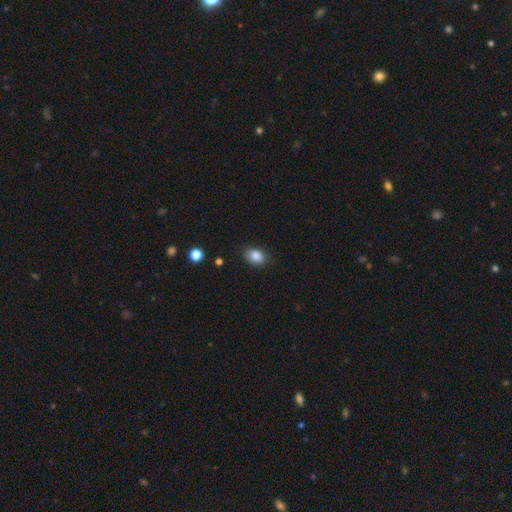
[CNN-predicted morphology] A smooth galaxy with no disk features (86%) that is in between round and cigar-shaped (76%).

Vote fractions:
- Smooth or featured? smooth: 86% / star or artifact: 9% / featured or disk: 5%
- How rounded? in between: 76% / round: 23% / cigar-shaped: 1%
- Merging? none: 85% / minor disturbance: 11% / major disturbance: 3% / merger: 1%